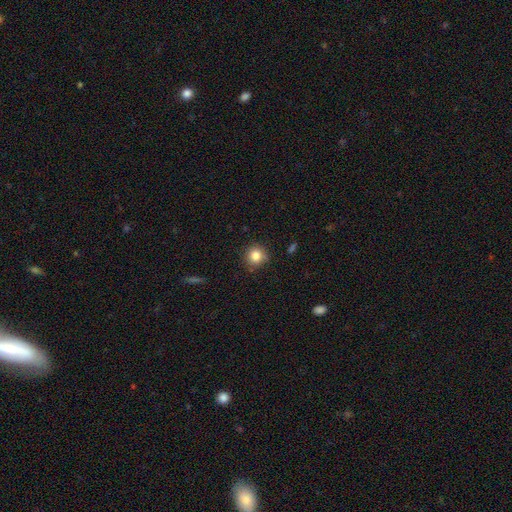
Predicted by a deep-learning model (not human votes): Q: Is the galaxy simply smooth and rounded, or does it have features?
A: smooth — 84%.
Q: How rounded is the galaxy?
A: round — 91%.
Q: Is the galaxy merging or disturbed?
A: none — 86%.